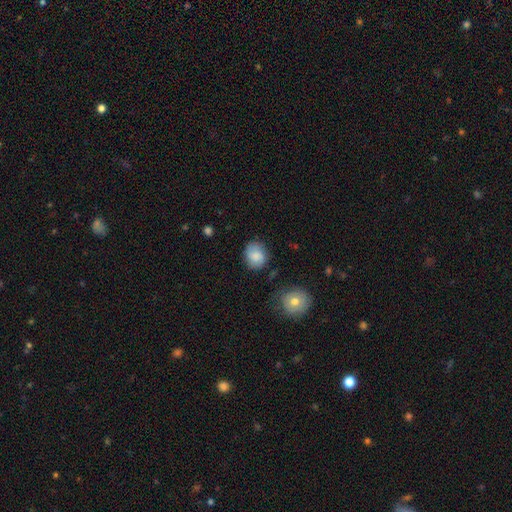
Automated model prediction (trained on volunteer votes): smooth-or-featured: smooth: 78% | featured or disk: 14% | star or artifact: 7%
  how-rounded: round: 69% | in between: 30% | cigar-shaped: 1%
  merging: none: 73% | minor disturbance: 19% | major disturbance: 5% | merger: 3%